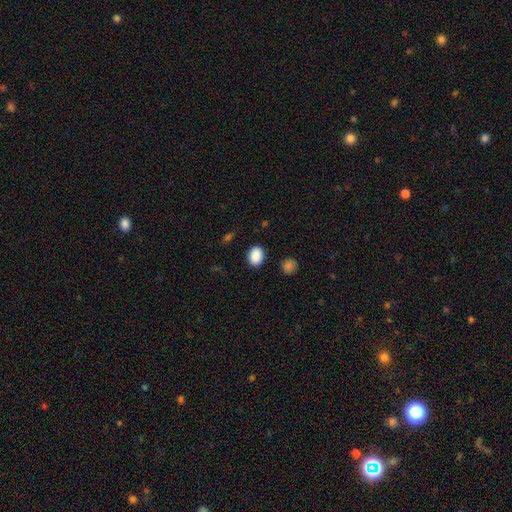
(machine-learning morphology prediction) smooth_or_featured: smooth (p=0.89) [alt: star or artifact p=0.08]
how_rounded: in between (p=0.65) [alt: round p=0.34]
merging: none (p=0.88) [alt: minor disturbance p=0.08]